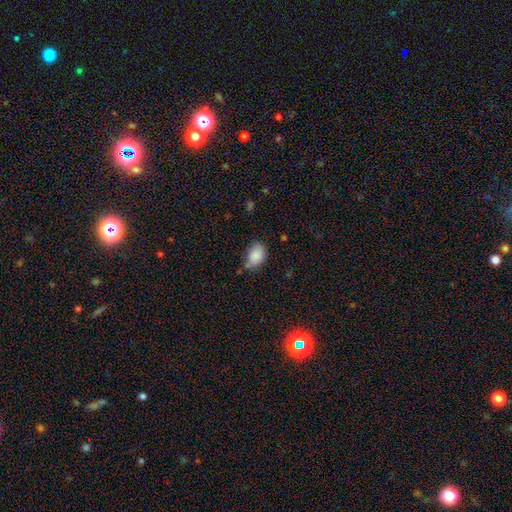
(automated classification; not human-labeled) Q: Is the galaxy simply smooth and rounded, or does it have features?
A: smooth — 86%.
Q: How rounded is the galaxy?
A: in between — 76%.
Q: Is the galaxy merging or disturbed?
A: none — 49%.